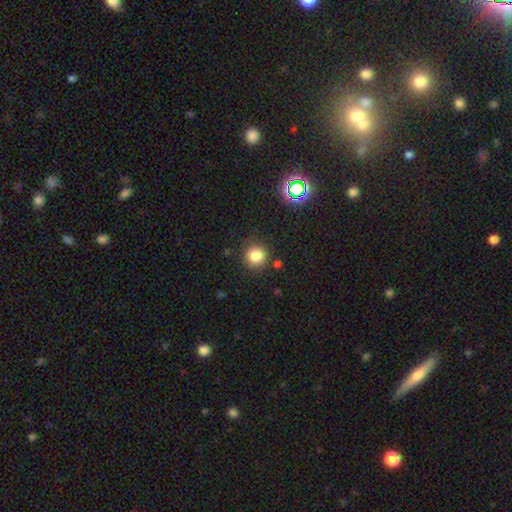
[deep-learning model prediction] smooth 82%, star or artifact 13%, featured or disk 5%. Down the decision tree: how rounded — round (93%); merging — none (86%).